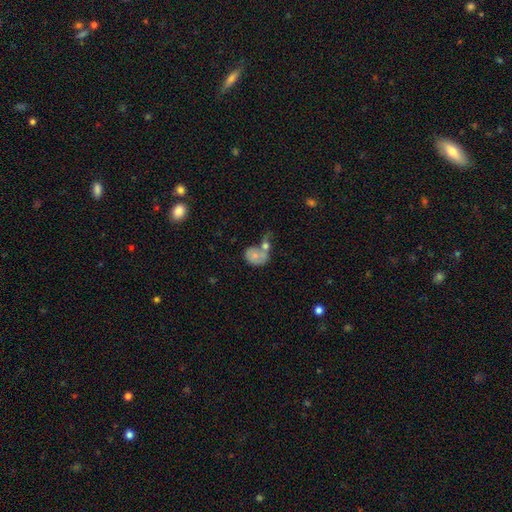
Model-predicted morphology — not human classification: Smooth or featured? smooth (65%)
How rounded? in between (52%)
Merging? merger (55%)